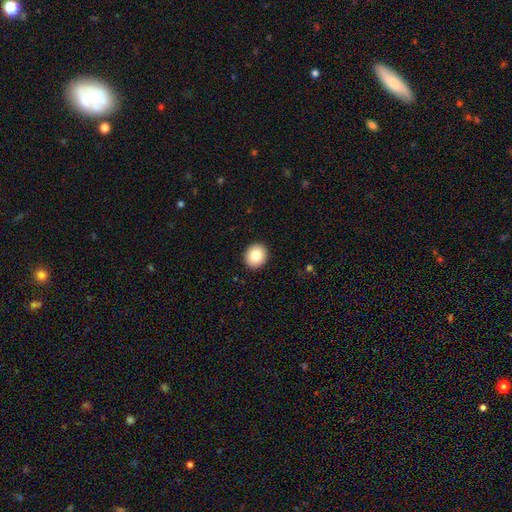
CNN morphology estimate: Smooth or featured? Predicted: smooth (p=0.84). How rounded? Predicted: round (p=0.76). Merging? Predicted: none (p=0.92).